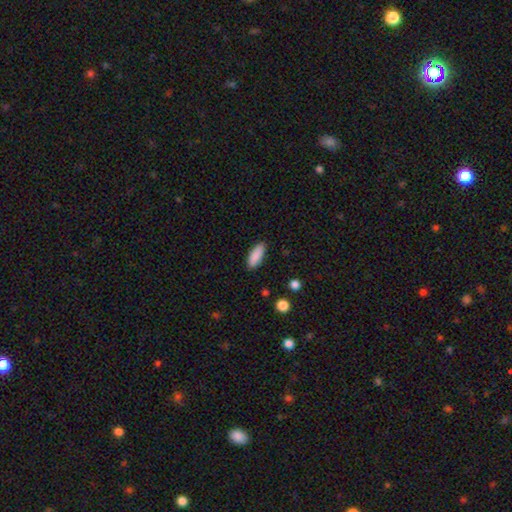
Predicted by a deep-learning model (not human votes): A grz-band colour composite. It shows a smooth galaxy with no disk features (89%) that is in between round and cigar-shaped (75%). Merging: none (88%).